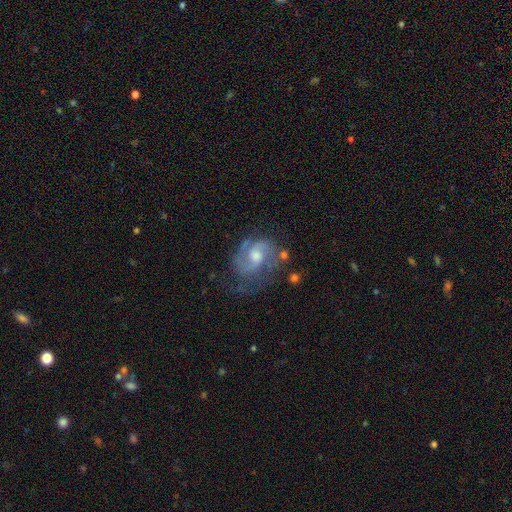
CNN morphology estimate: smooth_or_featured: featured or disk (p=0.83) [alt: smooth p=0.11]
disk_edge_on: no (p=0.98) [alt: yes p=0.02]
bar: no (p=0.51) [alt: weak p=0.42]
has_spiral_arms: yes (p=0.95) [alt: no p=0.05]
spiral_winding: medium (p=0.51) [alt: tight p=0.33]
spiral_arm_count: 2 (p=0.75) [alt: can't tell p=0.09]
bulge_size: moderate (p=0.64) [alt: small p=0.23]
merging: none (p=0.59) [alt: minor disturbance p=0.23]